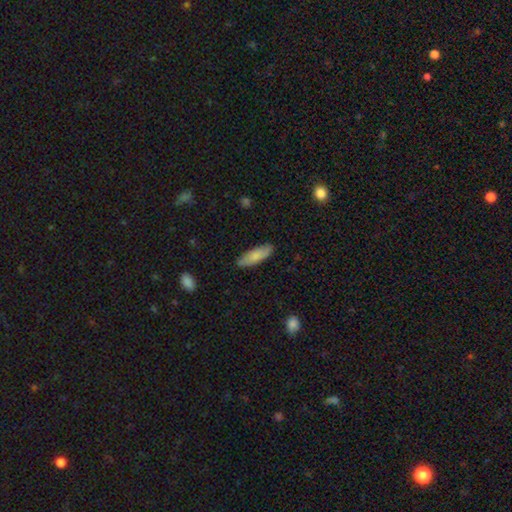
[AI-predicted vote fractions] This appears to be a smooth galaxy with no disk features (76%) that is in between round and cigar-shaped (59%). Merging: none (83%).